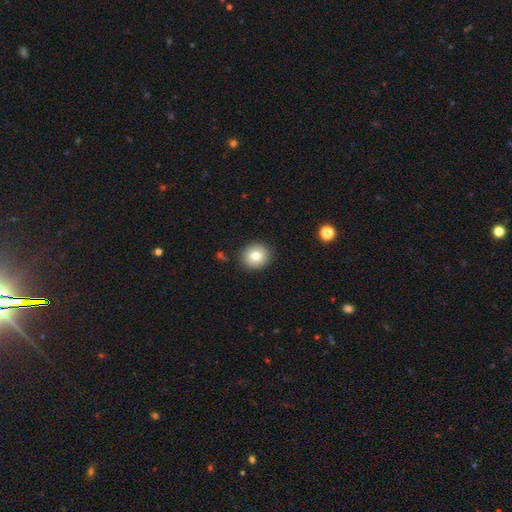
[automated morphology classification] smooth-or-featured: smooth: 79% | featured or disk: 11% | star or artifact: 10%
  how-rounded: round: 84% | in between: 15% | cigar-shaped: 1%
  merging: none: 88% | minor disturbance: 8% | major disturbance: 2% | merger: 2%